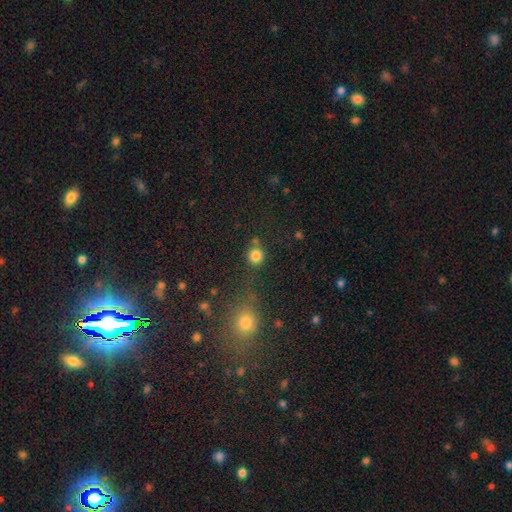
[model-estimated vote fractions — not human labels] Smooth or featured? Predicted: smooth (p=0.83). How rounded? Predicted: round (p=0.91). Merging? Predicted: none (p=0.73).